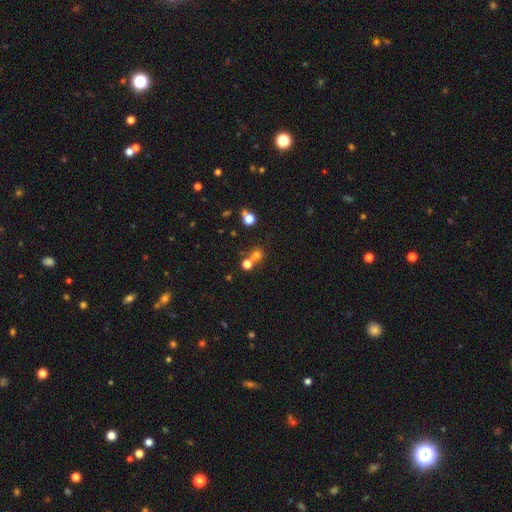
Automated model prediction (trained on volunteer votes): A smooth galaxy with no disk features (66%) that is round (82%).

Vote fractions:
- Smooth or featured? smooth: 66% / star or artifact: 22% / featured or disk: 12%
- How rounded? round: 82% / in between: 17% / cigar-shaped: 1%
- Merging? none: 48% / merger: 40% / minor disturbance: 8% / major disturbance: 4%